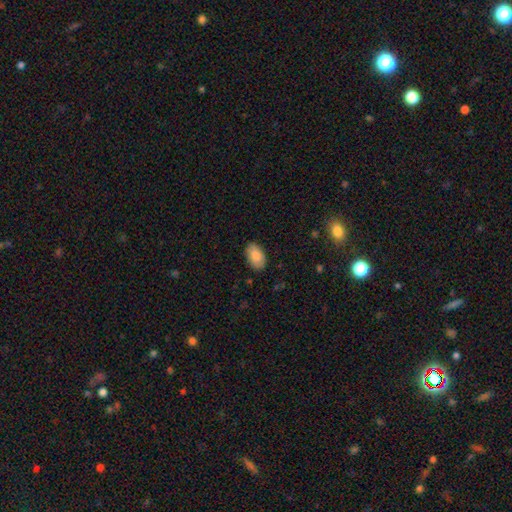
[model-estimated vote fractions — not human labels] This is clearly a smooth galaxy (84%). How rounded: clearly in between (92%). Merging: clearly none (86%).